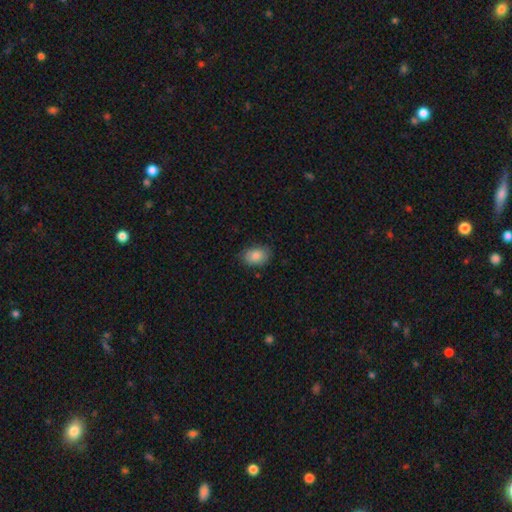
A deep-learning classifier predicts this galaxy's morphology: Q: Smooth or featured?
A: smooth (85%); runner-up: featured or disk (8%)
Q: How rounded?
A: in between (80%); runner-up: round (19%)
Q: Merging?
A: none (81%); runner-up: minor disturbance (15%)